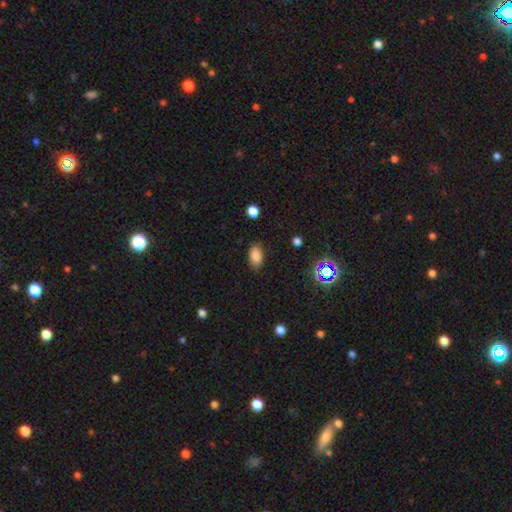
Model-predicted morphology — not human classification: This appears to be a smooth galaxy with no disk features (84%) that is in between round and cigar-shaped (90%). Merging: none (82%).